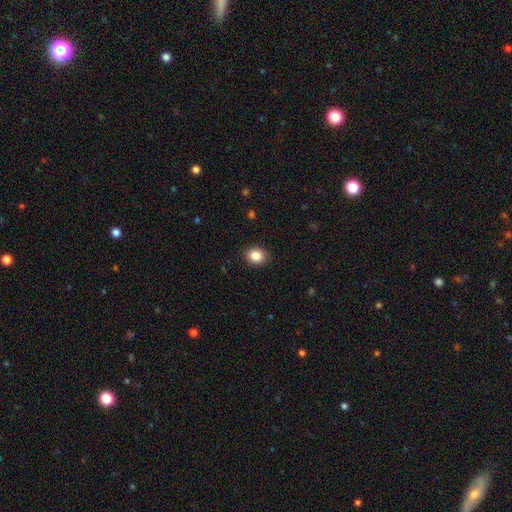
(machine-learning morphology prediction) A smooth galaxy with no disk features (86%) that is round (59%). Merging: none (89%).